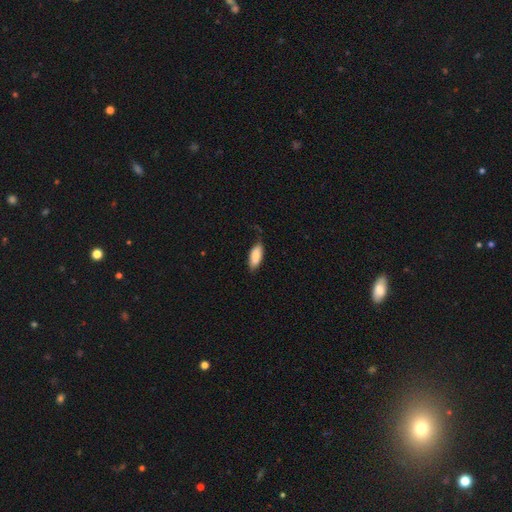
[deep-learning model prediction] Morphology: type=smooth (83%); roundness=in between (82%); merging=none (67%).